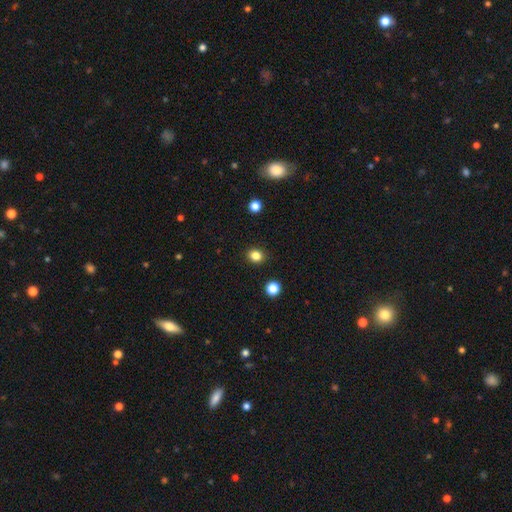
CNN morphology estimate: smooth-or-featured: smooth: 83% | star or artifact: 13% | featured or disk: 4%
  how-rounded: round: 74% | in between: 25% | cigar-shaped: 1%
  merging: none: 92% | minor disturbance: 5% | major disturbance: 2% | merger: 1%